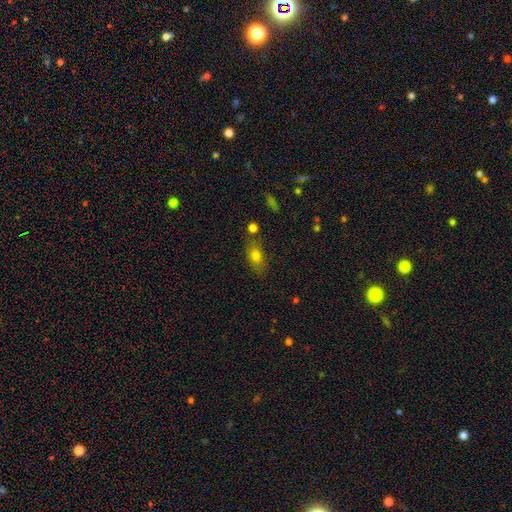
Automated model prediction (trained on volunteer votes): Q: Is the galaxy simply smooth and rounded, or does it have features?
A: smooth — 77%.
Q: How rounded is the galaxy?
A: in between — 78%.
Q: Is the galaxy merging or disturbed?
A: none — 68%.